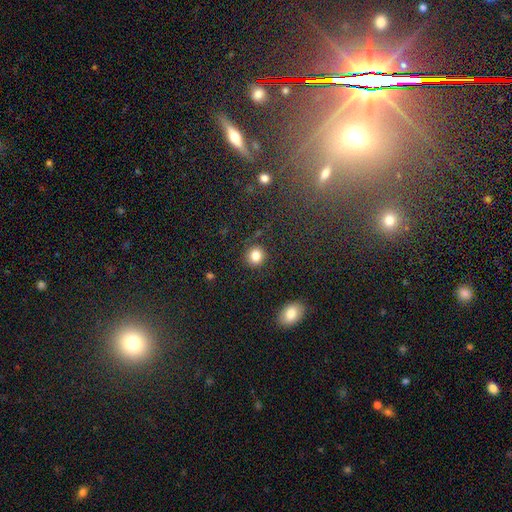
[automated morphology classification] Smooth or featured? Predicted: smooth (p=0.84). How rounded? Predicted: round (p=0.87). Merging? Predicted: none (p=0.88).